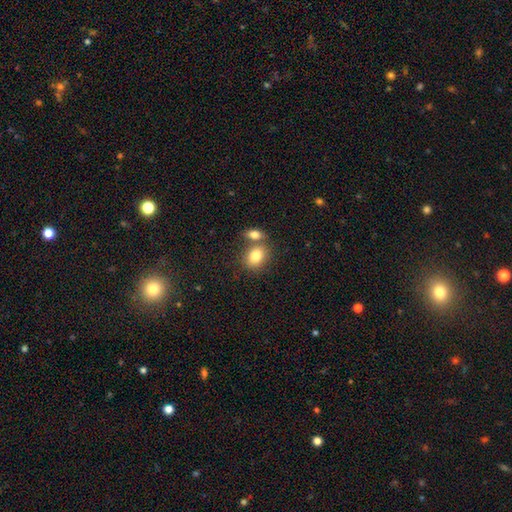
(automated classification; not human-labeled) Smooth or featured?
  - smooth: 81% *
  - featured or disk: 10%
  - star or artifact: 9%
How rounded?
  - in between: 59% *
  - round: 39%
  - cigar-shaped: 1%
Merging?
  - none: 49% *
  - merger: 38%
  - minor disturbance: 10%
  - major disturbance: 3%